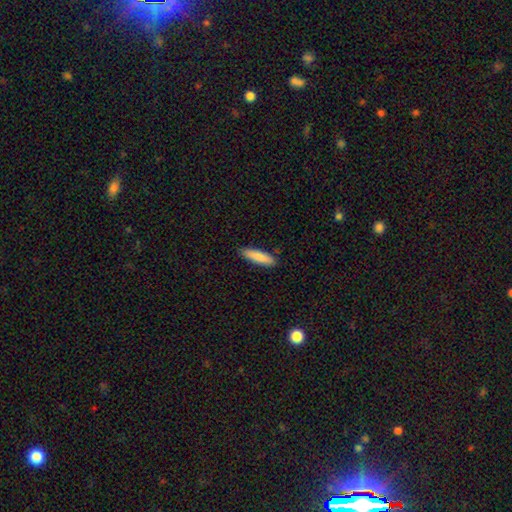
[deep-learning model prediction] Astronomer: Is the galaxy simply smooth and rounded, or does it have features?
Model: smooth — 84%.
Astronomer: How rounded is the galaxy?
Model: cigar-shaped — 75%.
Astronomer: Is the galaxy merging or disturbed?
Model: none — 88%.